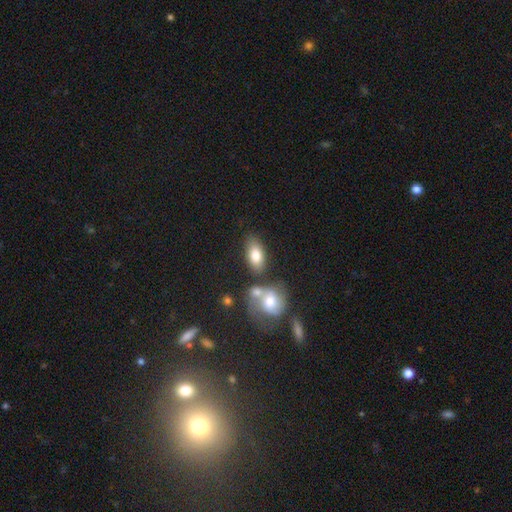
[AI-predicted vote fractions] Smooth or featured? smooth (79%)
How rounded? in between (90%)
Merging? none (64%)